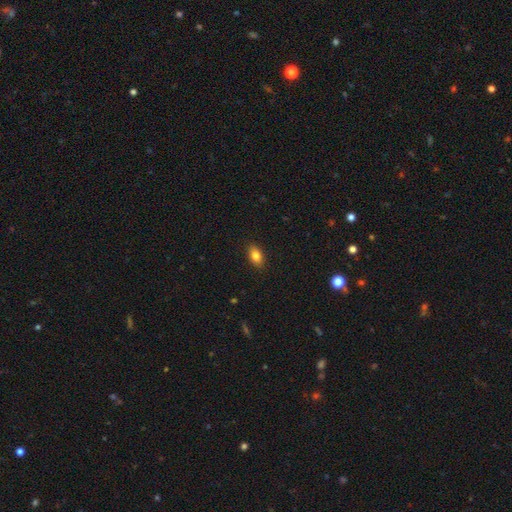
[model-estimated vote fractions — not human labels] A smooth galaxy with no disk features (83%) that is in between round and cigar-shaped (87%).

Vote fractions:
- Smooth or featured? smooth: 83% / star or artifact: 9% / featured or disk: 8%
- How rounded? in between: 87% / round: 11% / cigar-shaped: 2%
- Merging? none: 89% / minor disturbance: 8% / major disturbance: 2% / merger: 1%